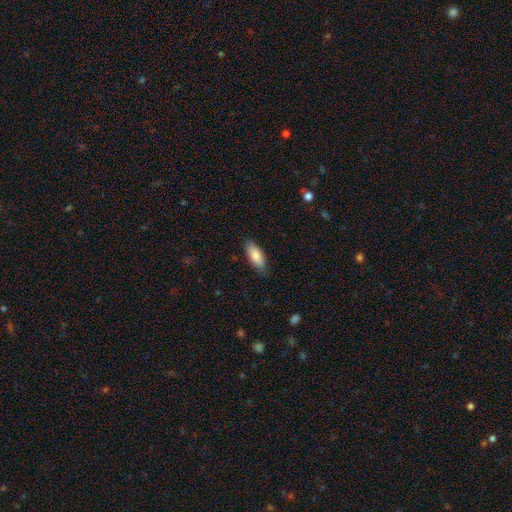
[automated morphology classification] smooth 84%, featured or disk 11%, star or artifact 6%. Down the decision tree: how rounded — in between (79%); merging — none (84%).